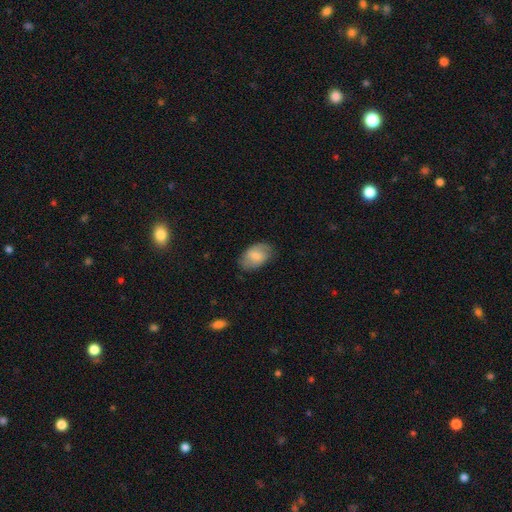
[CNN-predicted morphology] A smooth galaxy with no disk features (73%) that is in between round and cigar-shaped (90%).

Vote fractions:
- Smooth or featured? smooth: 73% / featured or disk: 20% / star or artifact: 7%
- How rounded? in between: 90% / round: 9% / cigar-shaped: 1%
- Merging? none: 76% / minor disturbance: 19% / major disturbance: 5% / merger: 1%